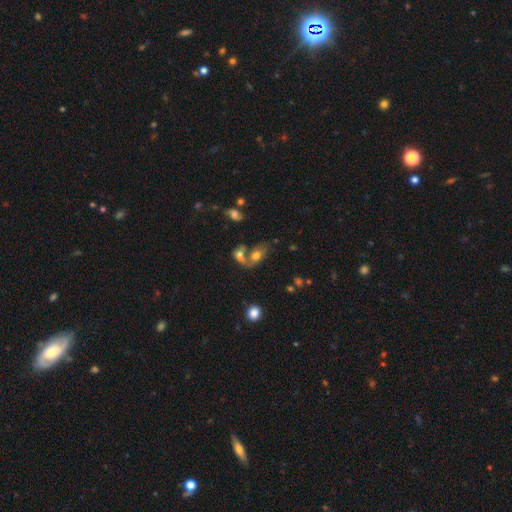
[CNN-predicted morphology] A smooth galaxy with no disk features (50%).

Vote fractions:
- Smooth or featured? smooth: 50% / featured or disk: 33% / star or artifact: 18%
- Merging? merger: 55% / none: 27% / minor disturbance: 9% / major disturbance: 9%